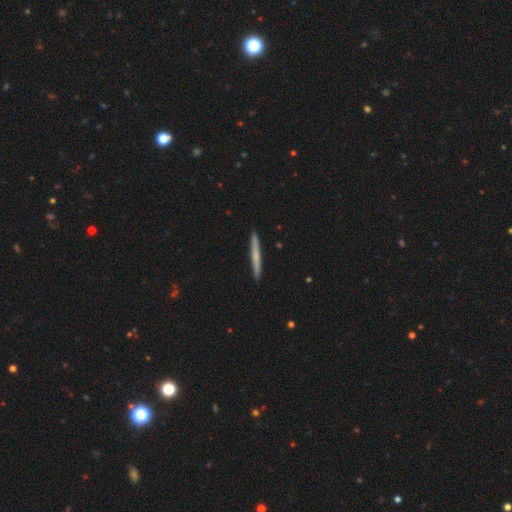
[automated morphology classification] A smooth galaxy with no disk features (53%) that is cigar-shaped (97%).

Vote fractions:
- Smooth or featured? smooth: 53% / featured or disk: 41% / star or artifact: 5%
- How rounded? cigar-shaped: 97% / in between: 2% / round: 1%
- Merging? none: 93% / minor disturbance: 5% / major disturbance: 1% / merger: 1%